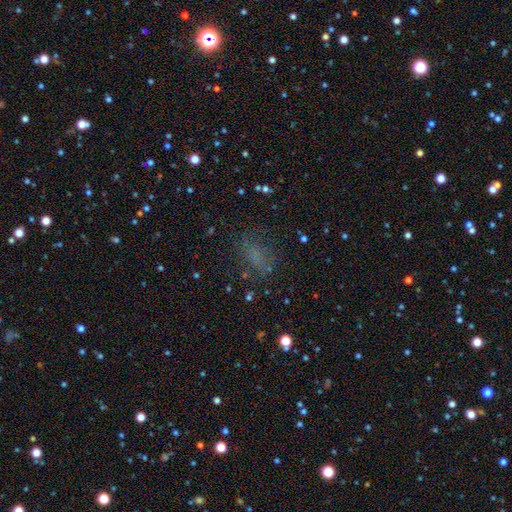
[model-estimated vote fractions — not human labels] Smooth or featured? Predicted: smooth (p=0.59). How rounded? Predicted: in between (p=0.75). Merging? Predicted: none (p=0.65).